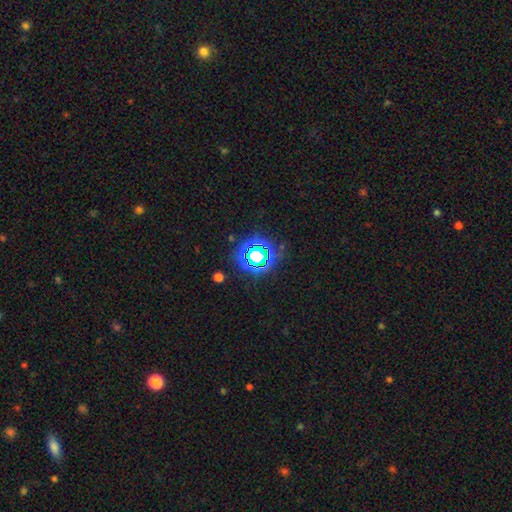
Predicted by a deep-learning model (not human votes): This is likely a star or artifact rather than a galaxy (69%).